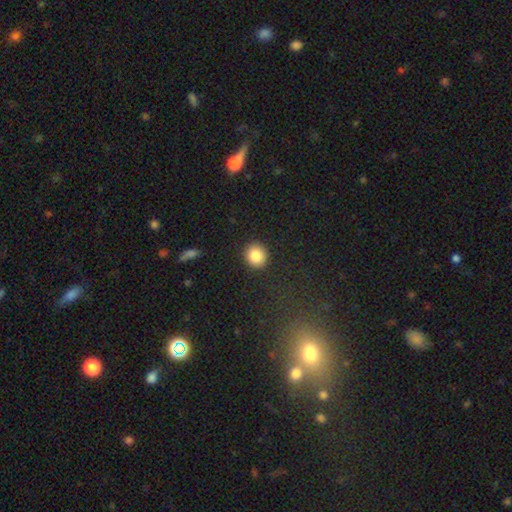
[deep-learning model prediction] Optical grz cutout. It shows a smooth galaxy with no disk features (86%) that is round (83%). Merging: none (90%).